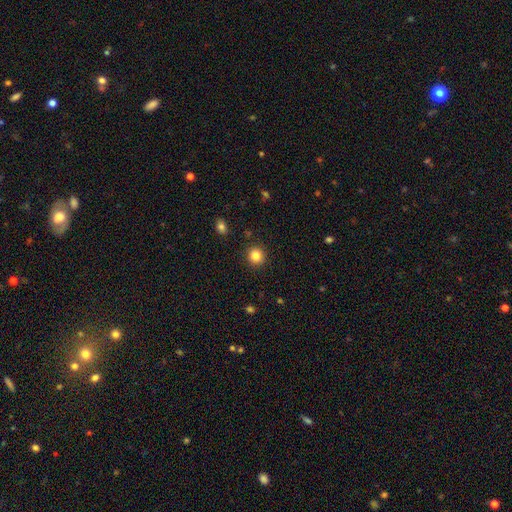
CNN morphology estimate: Smooth or featured? smooth (84%)
How rounded? round (92%)
Merging? none (91%)